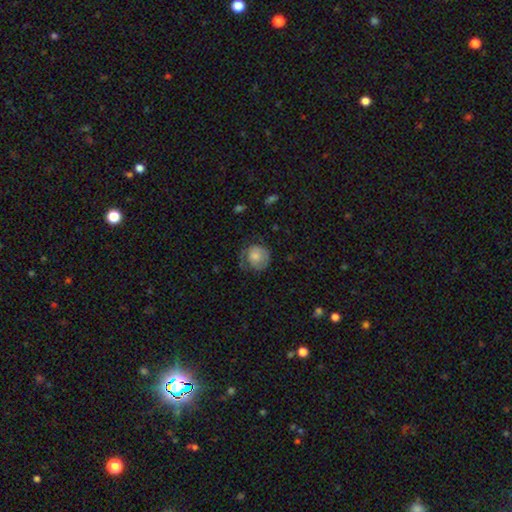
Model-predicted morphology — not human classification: Smooth or featured? smooth (72%)
How rounded? round (86%)
Merging? none (51%)